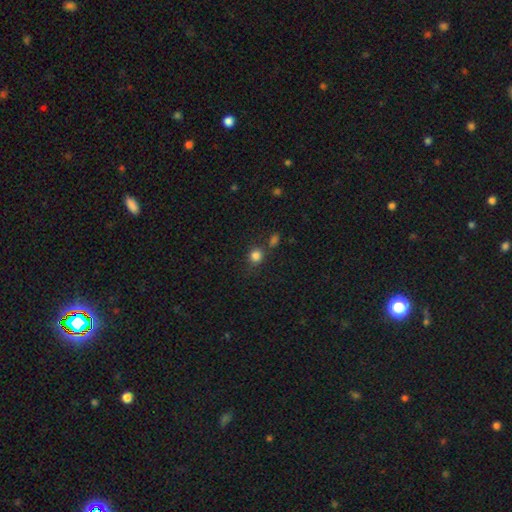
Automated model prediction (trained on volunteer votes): This appears to be a smooth galaxy with no disk features (82%) that is round (84%). Merging: none (72%).